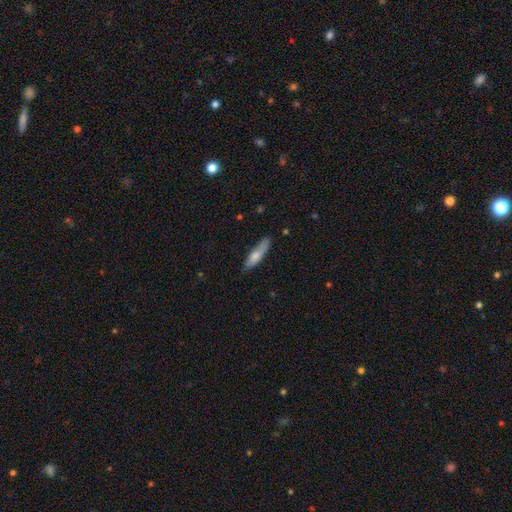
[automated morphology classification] The model was most divided on "how rounded": cigar-shaped: 68%, in between: 30%, round: 2%. More confident: smooth or featured — smooth (72%); merging — none (71%).